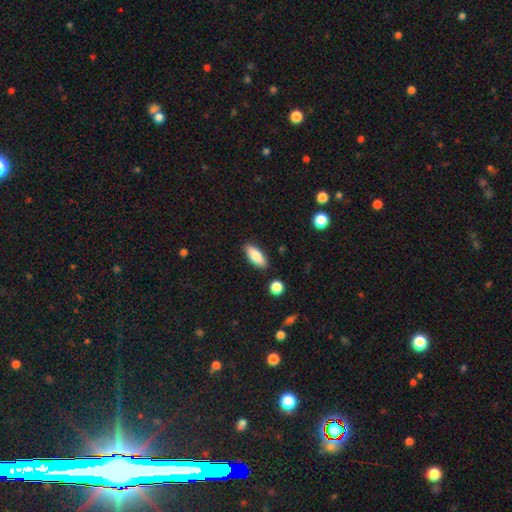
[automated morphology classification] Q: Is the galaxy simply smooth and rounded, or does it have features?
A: smooth — 82%.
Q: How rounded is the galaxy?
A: in between — 75%.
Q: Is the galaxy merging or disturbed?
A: none — 87%.